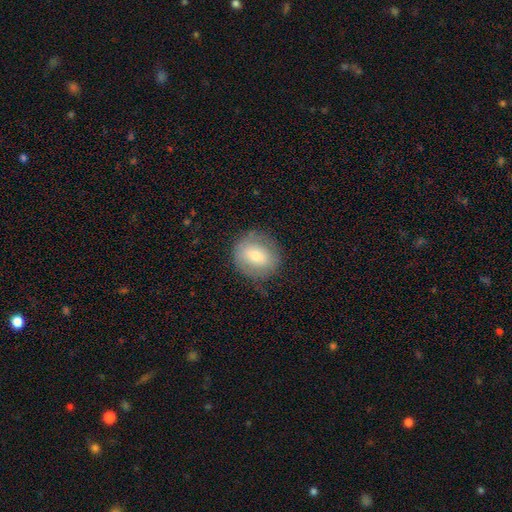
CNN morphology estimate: smooth_or_featured: smooth (p=0.62) [alt: featured or disk p=0.29]
how_rounded: round (p=0.76) [alt: in between p=0.23]
merging: none (p=0.78) [alt: minor disturbance p=0.16]